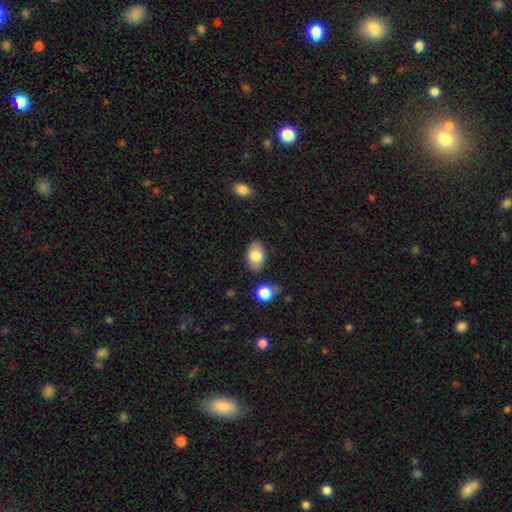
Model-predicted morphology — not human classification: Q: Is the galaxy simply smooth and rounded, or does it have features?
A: smooth — 79%.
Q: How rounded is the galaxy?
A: in between — 90%.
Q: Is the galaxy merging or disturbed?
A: none — 83%.